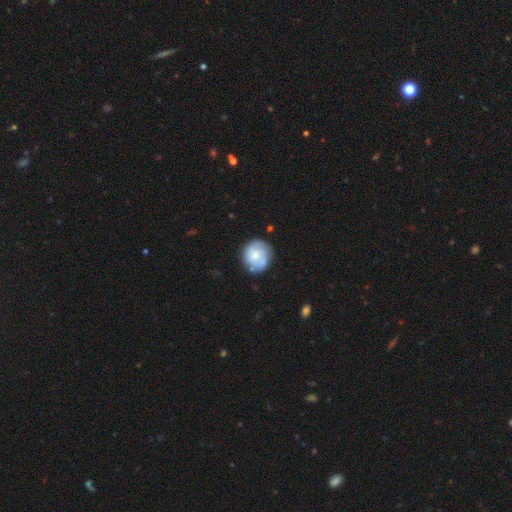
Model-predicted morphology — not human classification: This appears to be a smooth galaxy with no disk features (49%). Merging: none (74%).